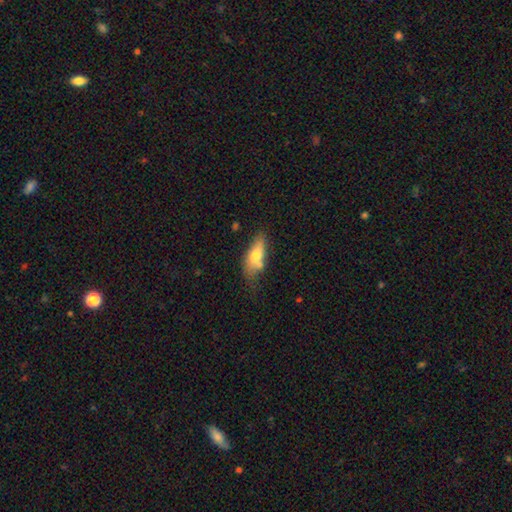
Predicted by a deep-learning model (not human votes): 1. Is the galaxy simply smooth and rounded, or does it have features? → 69% smooth, 24% featured or disk, 7% star or artifact.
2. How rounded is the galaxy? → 75% in between, 21% cigar-shaped, 4% round.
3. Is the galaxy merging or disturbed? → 52% none, 24% minor disturbance, 16% merger, 8% major disturbance.